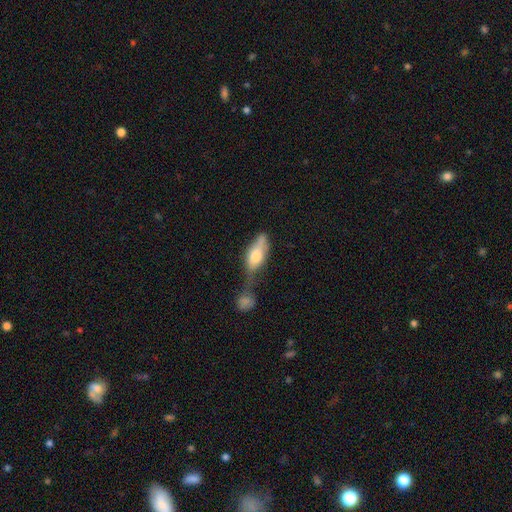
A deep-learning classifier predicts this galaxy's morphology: smooth 64%, featured or disk 29%, star or artifact 7%. Down the decision tree: how rounded — in between (70%); merging — merger (40%).